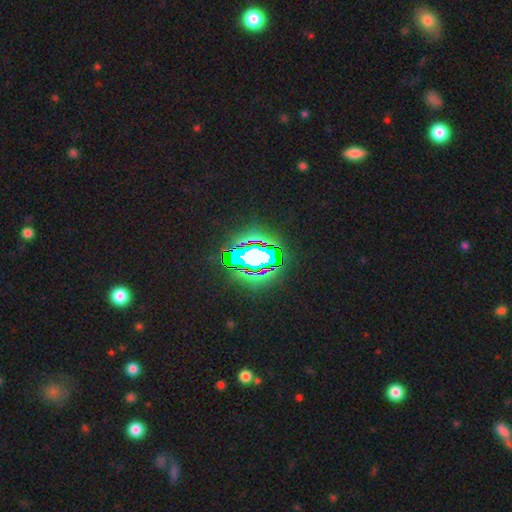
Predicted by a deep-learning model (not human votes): Q: Smooth or featured?
A: star or artifact (60%); runner-up: featured or disk (21%)